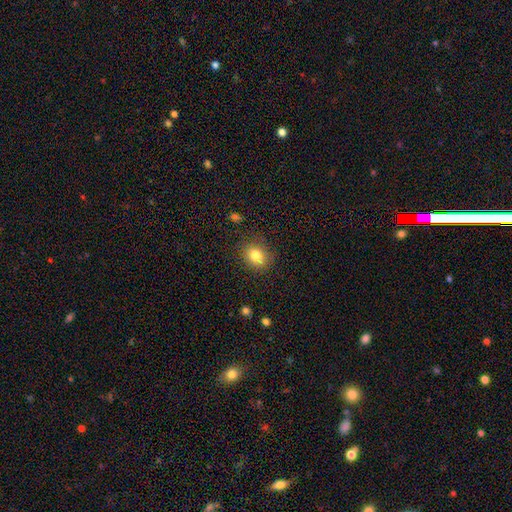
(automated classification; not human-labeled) A smooth galaxy with no disk features (80%) that is round (52%).

Vote fractions:
- Smooth or featured? smooth: 80% / star or artifact: 11% / featured or disk: 9%
- How rounded? round: 52% / in between: 46% / cigar-shaped: 1%
- Merging? none: 79% / minor disturbance: 15% / major disturbance: 4% / merger: 2%